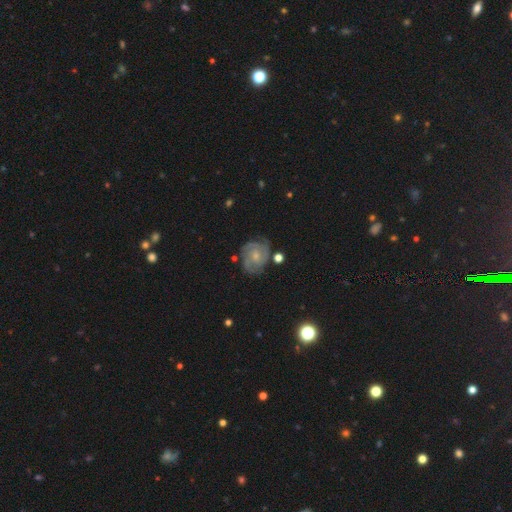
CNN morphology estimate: A featured or disk galaxy (75%) with no bar (72%), tight (56%) spiral arms (91%) and a small central bulge (66%).

Vote fractions:
- Smooth or featured? featured or disk: 75% / smooth: 18% / star or artifact: 7%
- Edge-on disk? no: 98% / yes: 2%
- Bar? no: 72% / weak: 24% / strong: 3%
- Spiral arms? yes: 91% / no: 9%
- Spiral winding? tight: 56% / medium: 34% / loose: 10%
- Spiral arm count? can't tell: 31% / 3: 26% / 2: 23% / 4: 10% / 1: 5% / more than 4: 5%
- Bulge size? small: 66% / moderate: 28% / none: 4% / large: 1% / dominant: 1%
- Merging? none: 67% / minor disturbance: 21% / major disturbance: 8% / merger: 3%